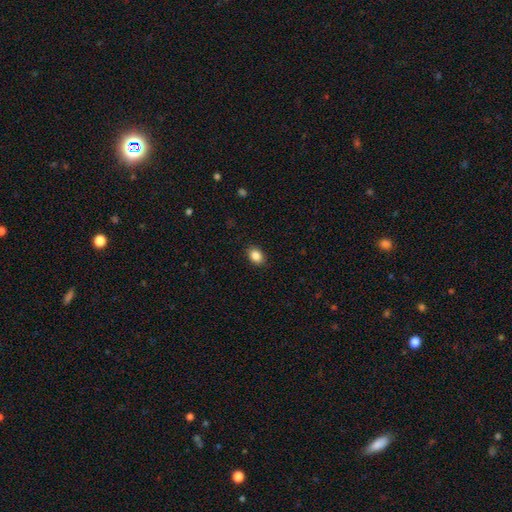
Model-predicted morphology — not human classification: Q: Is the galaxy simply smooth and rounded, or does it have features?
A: smooth — 87%.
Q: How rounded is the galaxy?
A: in between — 71%.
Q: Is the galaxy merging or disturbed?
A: none — 88%.